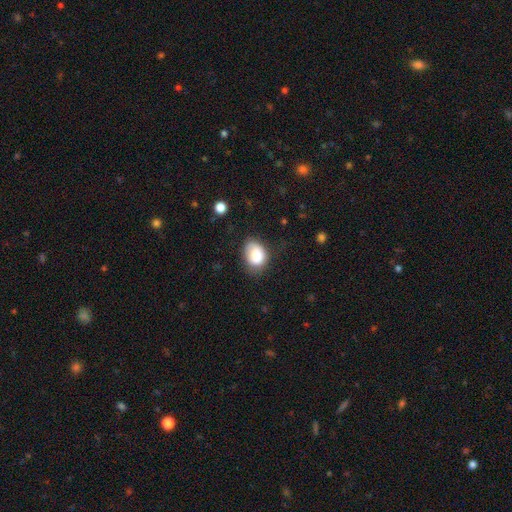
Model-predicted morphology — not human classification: Q: Smooth or featured?
A: smooth (83%); runner-up: featured or disk (10%)
Q: How rounded?
A: in between (70%); runner-up: round (29%)
Q: Merging?
A: none (61%); runner-up: minor disturbance (28%)